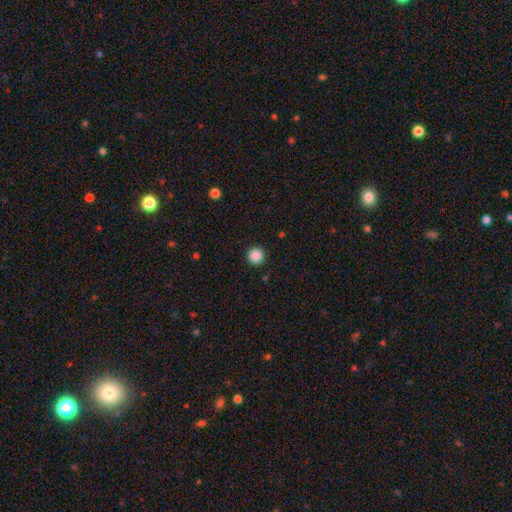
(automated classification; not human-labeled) smooth_or_featured: smooth (p=0.87) [alt: star or artifact p=0.10]
how_rounded: round (p=0.96) [alt: in between p=0.03]
merging: none (p=0.93) [alt: minor disturbance p=0.05]